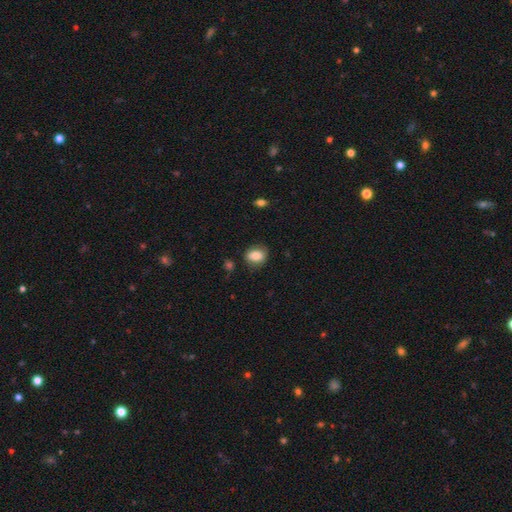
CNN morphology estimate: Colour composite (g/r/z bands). It shows a smooth galaxy with no disk features (82%) that is in between round and cigar-shaped (59%). Merging: none (77%).